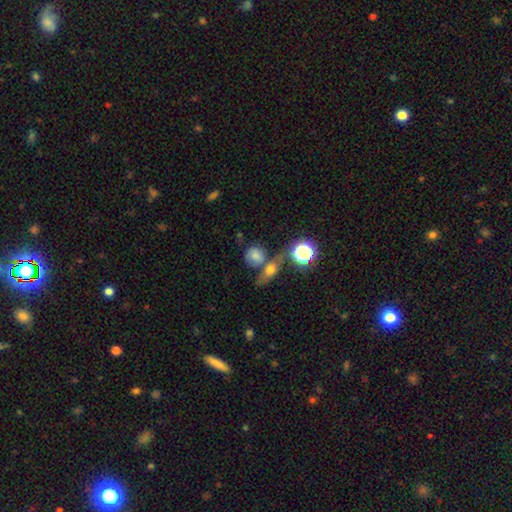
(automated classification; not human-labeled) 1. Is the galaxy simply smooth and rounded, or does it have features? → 68% smooth, 17% featured or disk, 15% star or artifact.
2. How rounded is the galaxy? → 73% round, 25% in between, 2% cigar-shaped.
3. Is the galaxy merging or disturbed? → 46% none, 35% merger, 13% minor disturbance, 6% major disturbance.